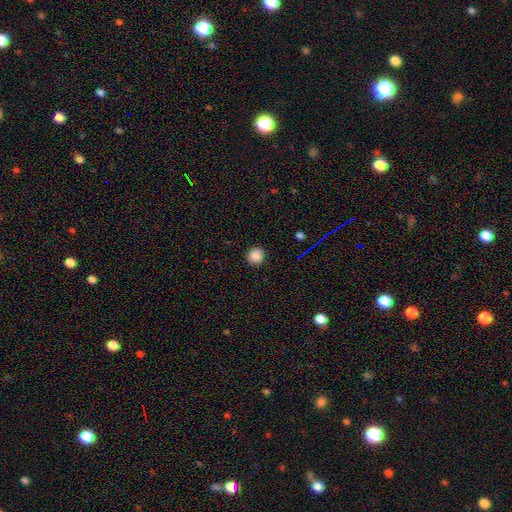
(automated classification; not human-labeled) This appears to be a smooth galaxy with no disk features (87%) that is round (92%). Merging: none (91%).